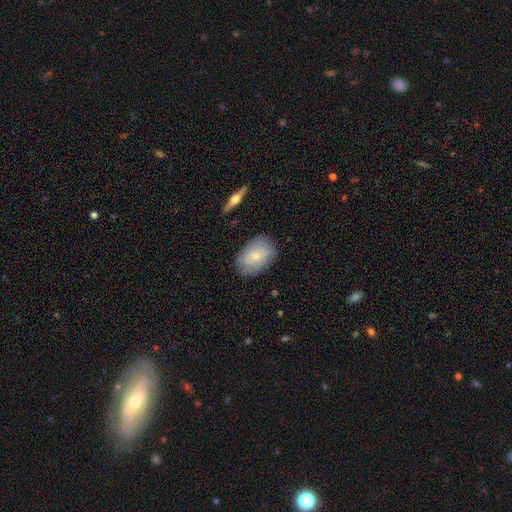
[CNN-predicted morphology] Smooth or featured? smooth (67%)
How rounded? in between (87%)
Merging? none (80%)